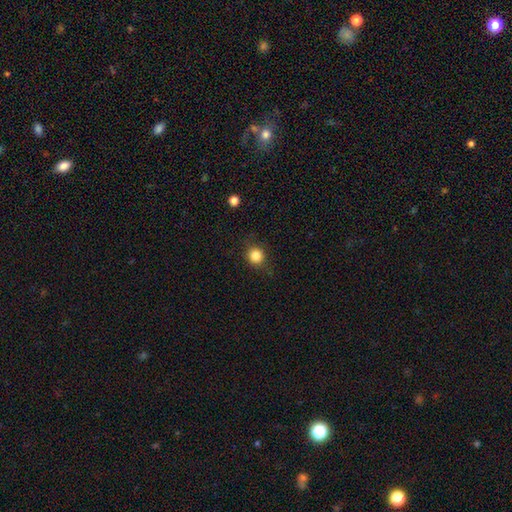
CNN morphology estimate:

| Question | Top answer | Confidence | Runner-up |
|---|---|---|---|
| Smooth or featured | smooth | 84% | star or artifact (11%) |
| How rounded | round | 89% | in between (10%) |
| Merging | none | 83% | minor disturbance (12%) |